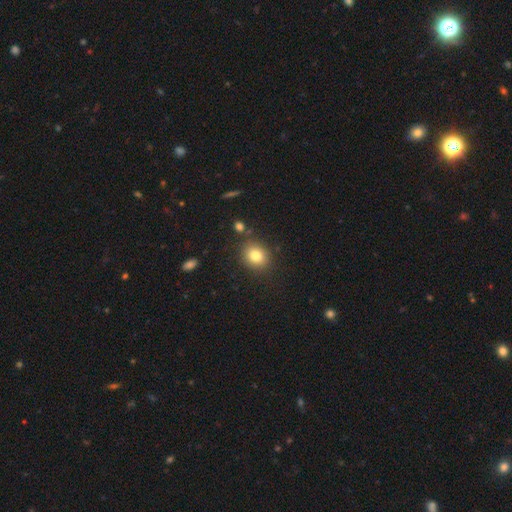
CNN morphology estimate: Smooth or featured: smooth — 81% (star or artifact — 11%)
How rounded: round — 63% (in between — 36%)
Merging: none — 84% (minor disturbance — 9%)